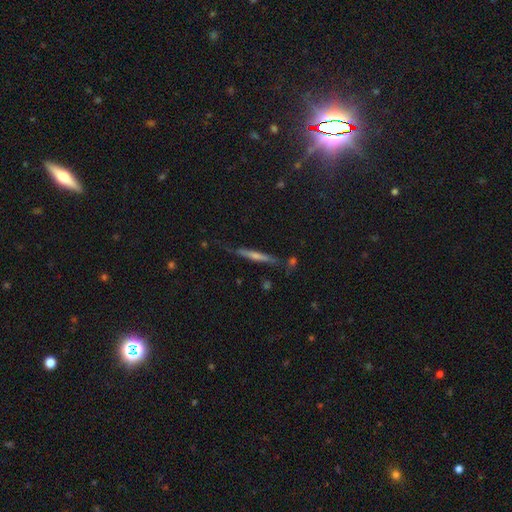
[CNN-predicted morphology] Overall: featured or disk (60%; smooth 23%). Edge-on disk: yes (94%). Edge-on bulge: rounded (63%; none 26%). Merging: none (80%).